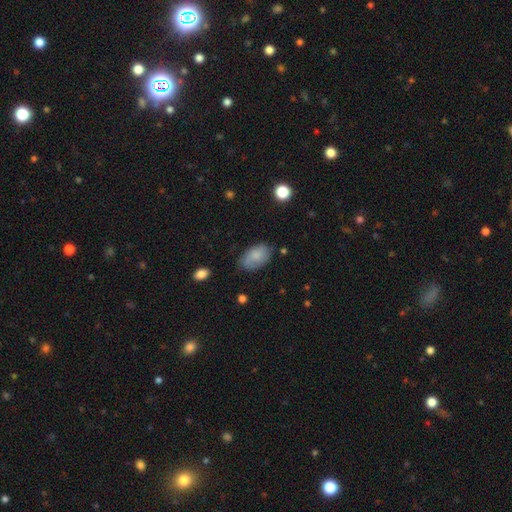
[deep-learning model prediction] This is likely a smooth galaxy (77%). How rounded: clearly in between (93%). Merging: likely none (68%).